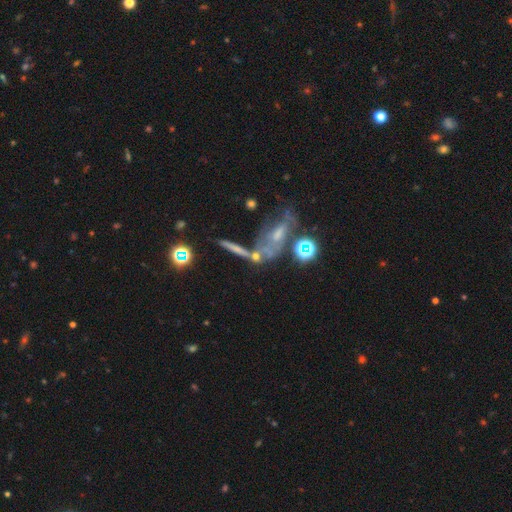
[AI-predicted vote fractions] featured or disk 42%, smooth 36%, star or artifact 22%. Down the decision tree: merging — none (40%).